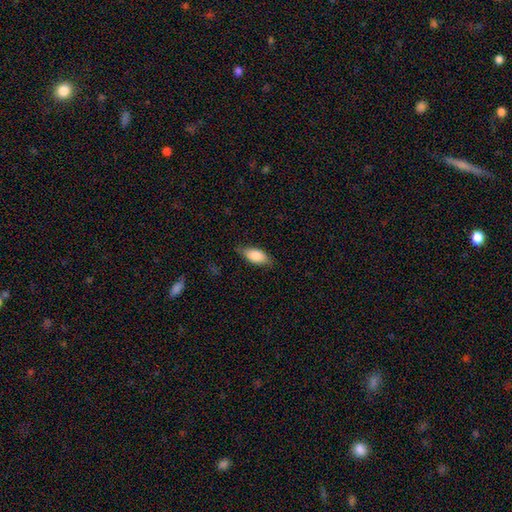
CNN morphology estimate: This is clearly a smooth galaxy (83%). How rounded: clearly in between (88%). Merging: likely none (75%).